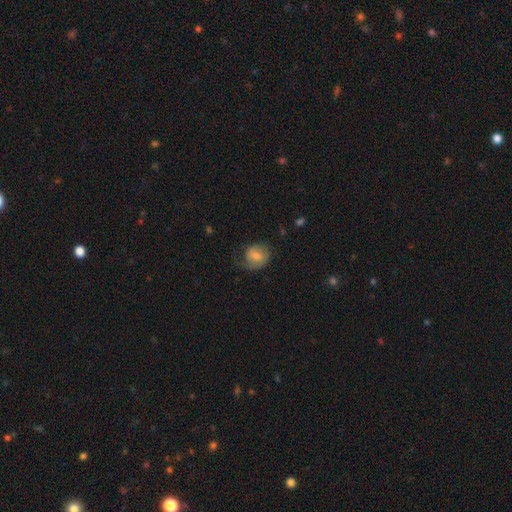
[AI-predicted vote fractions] Overall: smooth (62%; featured or disk 31%). How rounded: round (63%; in between 36%). Merging: none (48%; minor disturbance 28%).